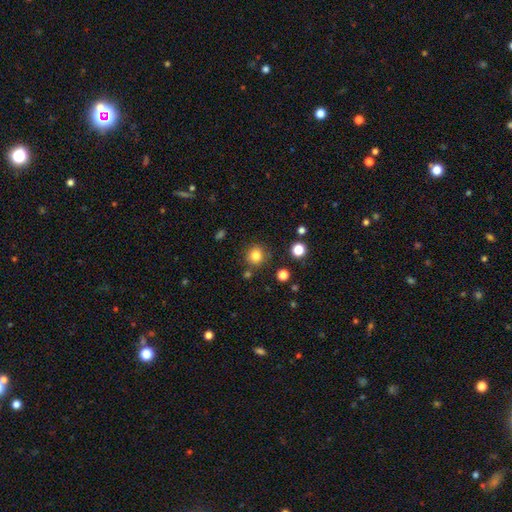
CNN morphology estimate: type=smooth (82%); roundness=round (90%); merging=none (84%).